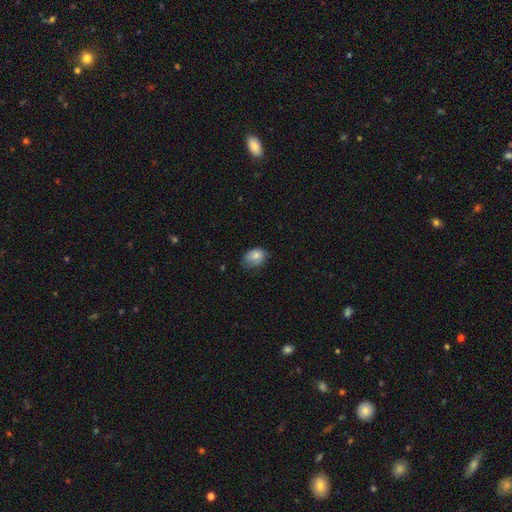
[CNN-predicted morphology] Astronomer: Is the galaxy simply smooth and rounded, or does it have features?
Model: smooth — 78%.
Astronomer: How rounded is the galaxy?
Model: in between — 74%.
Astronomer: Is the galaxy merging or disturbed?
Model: none — 56% (runner-up: minor disturbance, 34%).